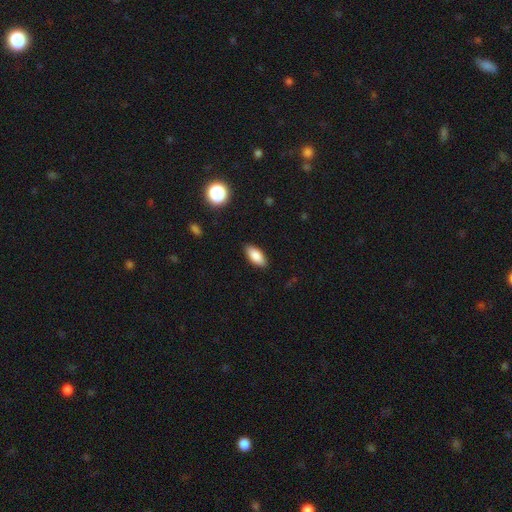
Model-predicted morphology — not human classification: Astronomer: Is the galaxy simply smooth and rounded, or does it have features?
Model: smooth — 84%.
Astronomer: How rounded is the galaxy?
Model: in between — 87%.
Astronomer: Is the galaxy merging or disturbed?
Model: none — 88%.